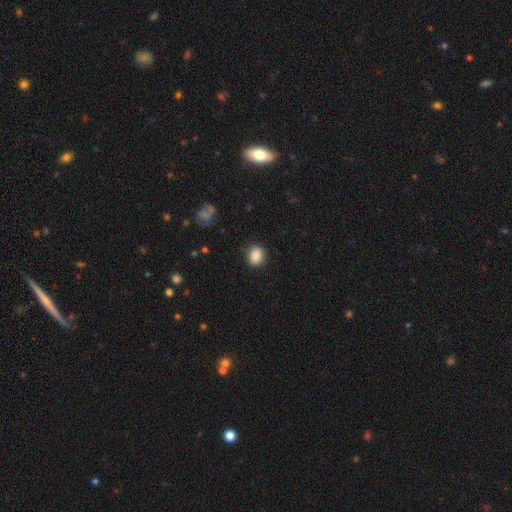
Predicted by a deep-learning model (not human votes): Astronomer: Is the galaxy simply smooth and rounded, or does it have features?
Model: smooth — 86%.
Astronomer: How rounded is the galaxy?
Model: round — 63%.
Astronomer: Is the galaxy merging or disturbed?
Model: none — 86%.